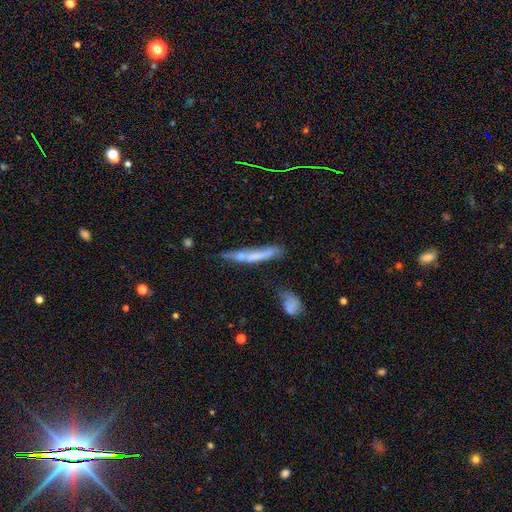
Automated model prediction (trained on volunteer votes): smooth-or-featured: smooth: 48% | featured or disk: 42% | star or artifact: 10%
  merging: none: 40% | minor disturbance: 23% | merger: 19% | major disturbance: 17%